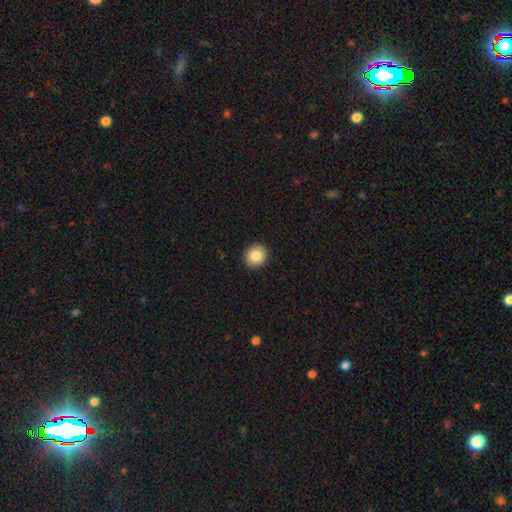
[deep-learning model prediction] smooth-or-featured: smooth: 85% | star or artifact: 9% | featured or disk: 6%
  how-rounded: round: 83% | in between: 16% | cigar-shaped: 1%
  merging: none: 92% | minor disturbance: 5% | major disturbance: 2% | merger: 1%